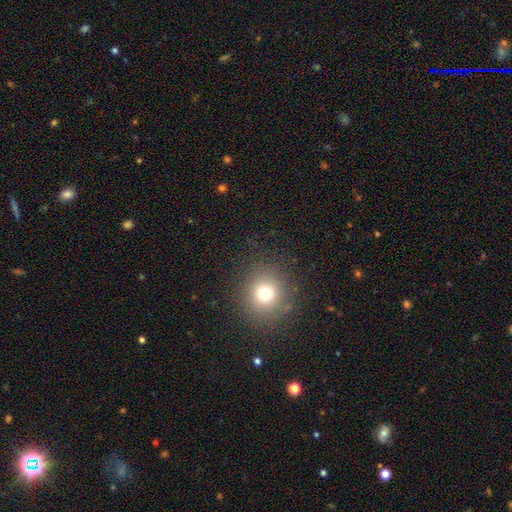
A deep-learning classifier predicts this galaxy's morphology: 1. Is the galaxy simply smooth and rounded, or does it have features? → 68% smooth, 25% star or artifact, 7% featured or disk.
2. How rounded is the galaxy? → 92% round, 7% in between, 1% cigar-shaped.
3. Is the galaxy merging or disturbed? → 92% none, 5% minor disturbance, 2% major disturbance, 1% merger.